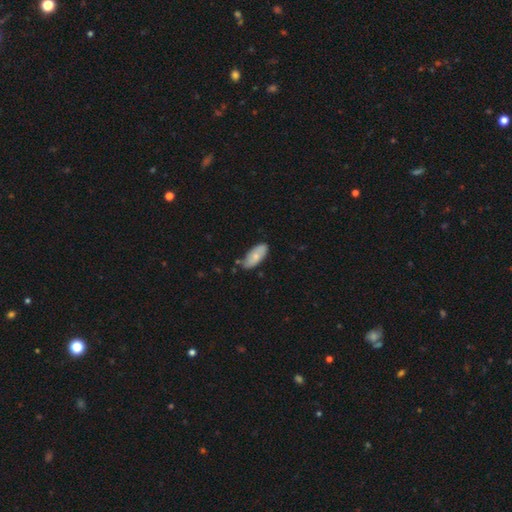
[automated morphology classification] Smooth or featured? Predicted: smooth (p=0.75). How rounded? Predicted: in between (p=0.86). Merging? Predicted: none (p=0.72).